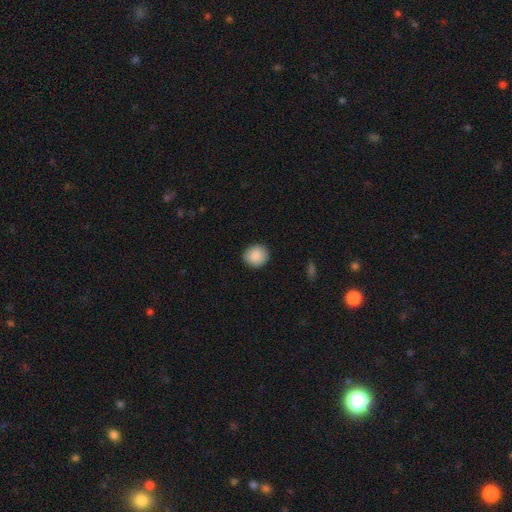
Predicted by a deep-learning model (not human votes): smooth_or_featured: smooth (p=0.89) [alt: star or artifact p=0.07]
how_rounded: round (p=0.86) [alt: in between p=0.13]
merging: none (p=0.89) [alt: minor disturbance p=0.08]